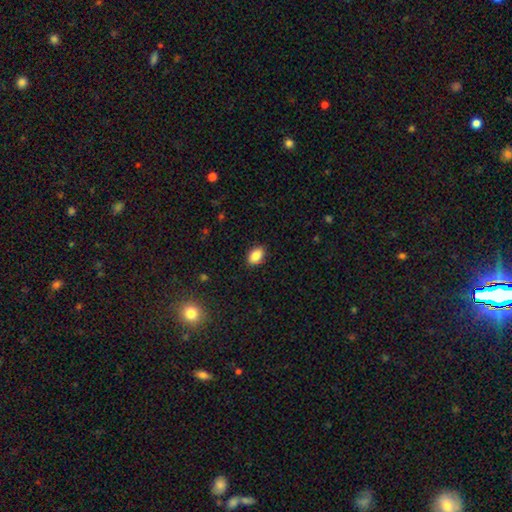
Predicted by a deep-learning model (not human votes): smooth 87%, star or artifact 8%, featured or disk 5%. Down the decision tree: how rounded — in between (86%); merging — none (86%).